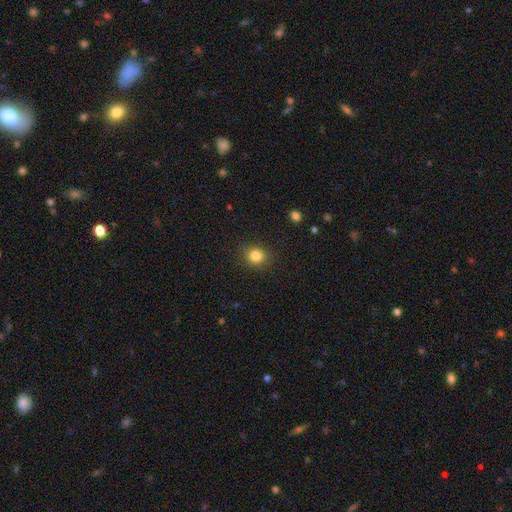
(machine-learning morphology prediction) smooth_or_featured: smooth (p=0.83) [alt: star or artifact p=0.12]
how_rounded: round (p=0.79) [alt: in between p=0.20]
merging: none (p=0.87) [alt: minor disturbance p=0.09]